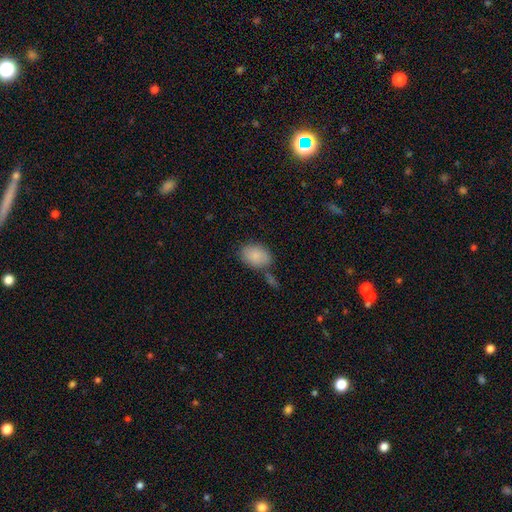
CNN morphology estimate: Smooth or featured: smooth — 86% (featured or disk — 7%)
How rounded: in between — 80% (round — 19%)
Merging: none — 67% (minor disturbance — 16%)